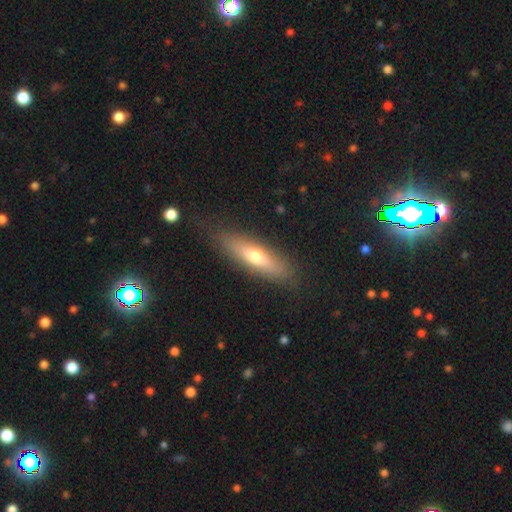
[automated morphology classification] A smooth galaxy with no disk features (60%) that is cigar-shaped (57%). Merging: none (82%).